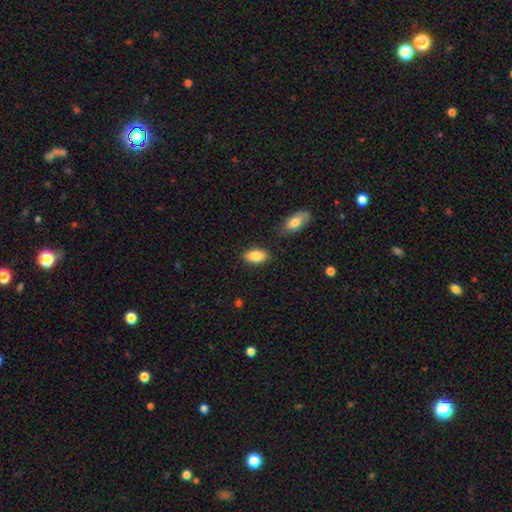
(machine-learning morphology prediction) The model was most divided on "merging": none: 82%, minor disturbance: 11%, merger: 4%, major disturbance: 3%. More confident: how rounded — in between (93%); smooth or featured — smooth (86%).